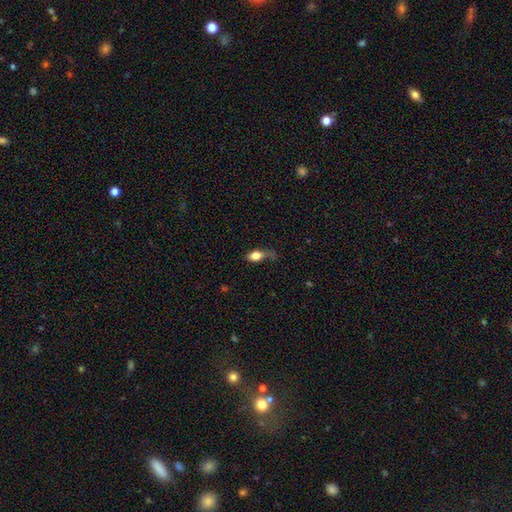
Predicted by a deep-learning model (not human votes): Smooth or featured? smooth (81%)
How rounded? in between (85%)
Merging? none (51%)